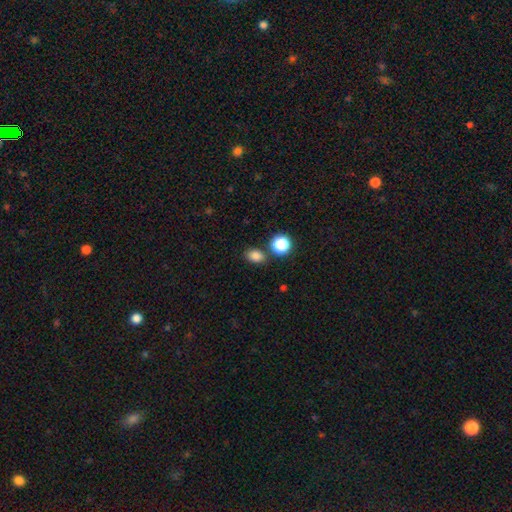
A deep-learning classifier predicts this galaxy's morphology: smooth-or-featured: smooth: 82% | star or artifact: 13% | featured or disk: 5%
  how-rounded: in between: 65% | round: 34% | cigar-shaped: 1%
  merging: none: 75% | minor disturbance: 11% | merger: 11% | major disturbance: 3%